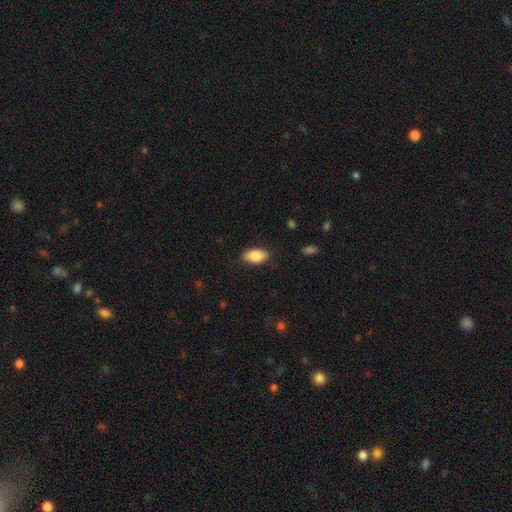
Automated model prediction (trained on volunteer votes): smooth 85%, featured or disk 8%, star or artifact 7%. Down the decision tree: how rounded — in between (93%); merging — none (83%).